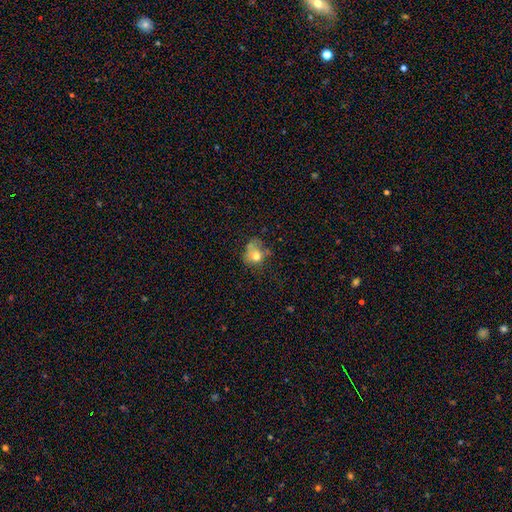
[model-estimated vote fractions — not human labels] Smooth or featured?
  - smooth: 70% *
  - featured or disk: 18%
  - star or artifact: 12%
How rounded?
  - round: 61% *
  - in between: 38%
  - cigar-shaped: 1%
Merging?
  - none: 35% *
  - minor disturbance: 29%
  - major disturbance: 26%
  - merger: 10%